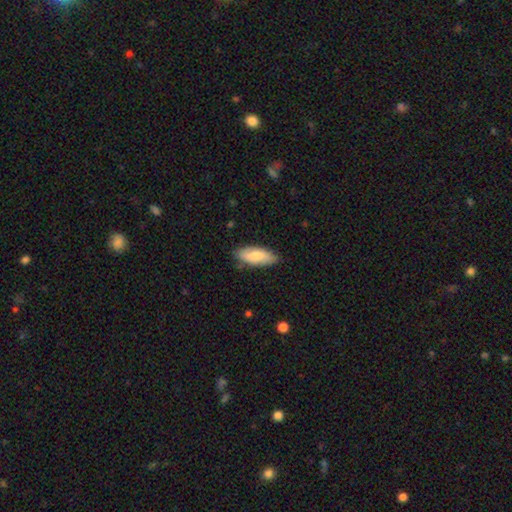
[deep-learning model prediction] Overall: smooth (72%). How rounded: in between (77%). Merging: none (81%).